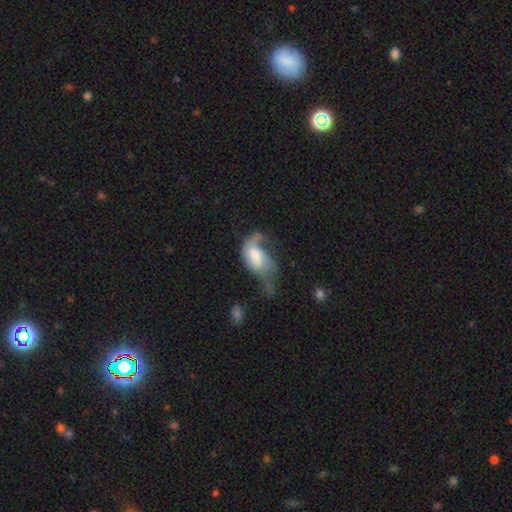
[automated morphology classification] The model was most divided on "smooth or featured": featured or disk: 53%, smooth: 39%, star or artifact: 8%. Remaining: edge-on disk — no (96%); spiral arms — yes (72%); bar — no (55%); merging — major disturbance (49%); bulge size — moderate (42%).